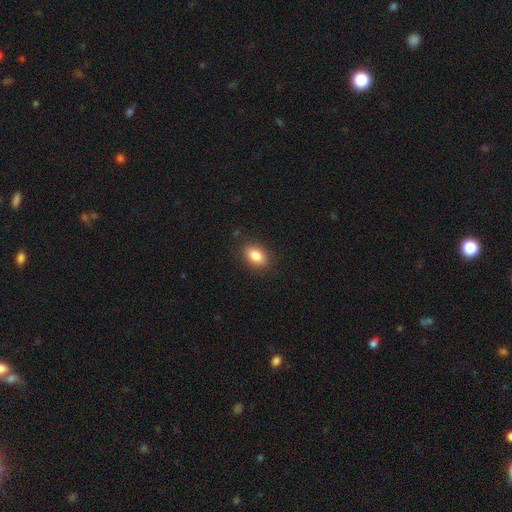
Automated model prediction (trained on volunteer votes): smooth 85%, star or artifact 8%, featured or disk 7%. Down the decision tree: how rounded — in between (84%); merging — none (87%).